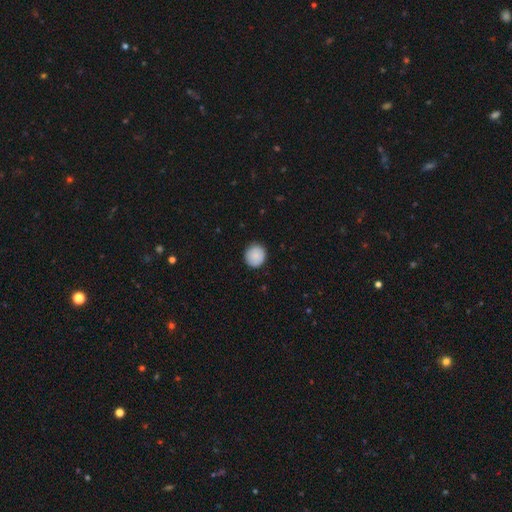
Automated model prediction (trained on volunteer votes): smooth 87%, star or artifact 7%, featured or disk 6%. Down the decision tree: how rounded — round (91%); merging — none (90%).